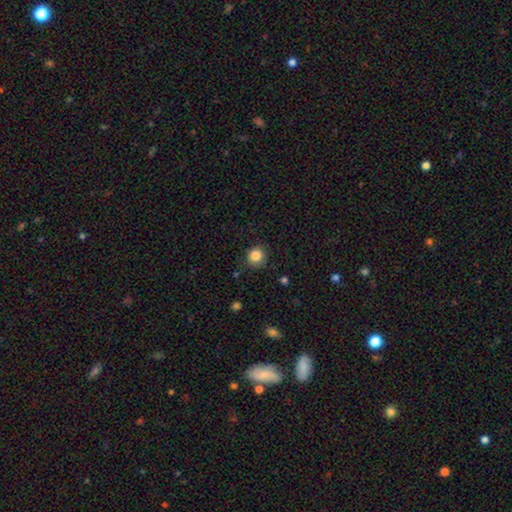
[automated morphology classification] A smooth galaxy with no disk features (84%) that is round (88%).

Vote fractions:
- Smooth or featured? smooth: 84% / star or artifact: 11% / featured or disk: 5%
- How rounded? round: 88% / in between: 11% / cigar-shaped: 1%
- Merging? none: 85% / minor disturbance: 11% / major disturbance: 3% / merger: 1%